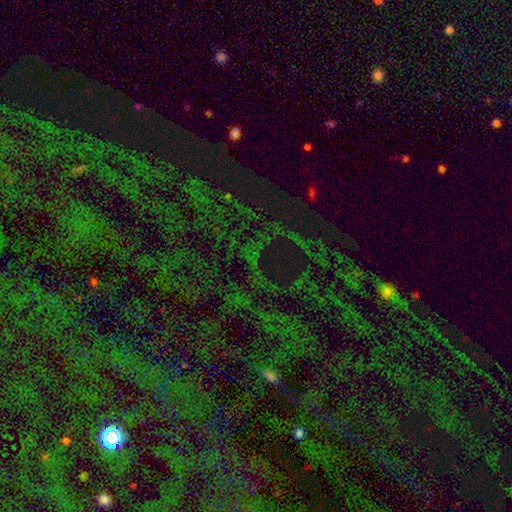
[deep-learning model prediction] star or artifact 73%, smooth 16%, featured or disk 11%.